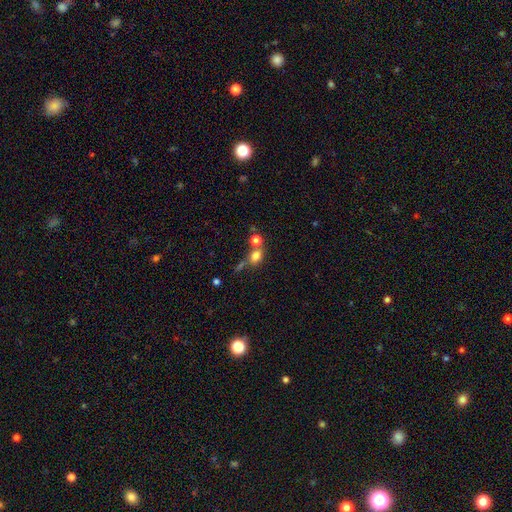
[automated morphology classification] Smooth or featured?
  - smooth: 76% *
  - star or artifact: 14%
  - featured or disk: 10%
How rounded?
  - round: 55% *
  - in between: 43%
  - cigar-shaped: 2%
Merging?
  - none: 46% *
  - merger: 35%
  - minor disturbance: 11%
  - major disturbance: 7%